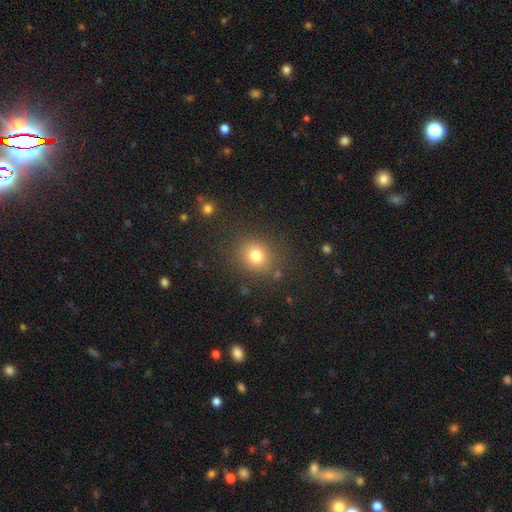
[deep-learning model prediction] This appears to be a smooth galaxy with no disk features (78%) that is round (81%). Merging: none (83%).